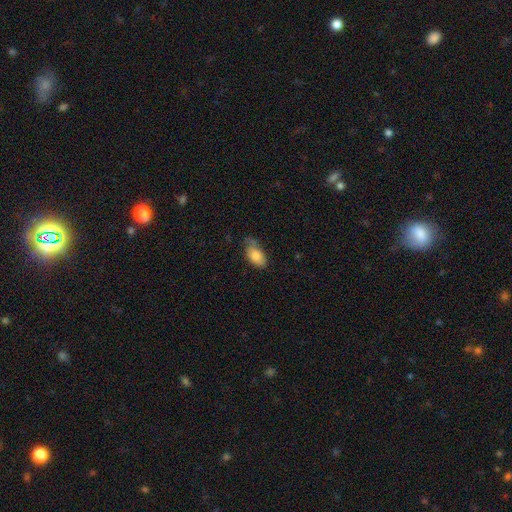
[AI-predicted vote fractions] A smooth galaxy with no disk features (81%) that is in between round and cigar-shaped (93%).

Vote fractions:
- Smooth or featured? smooth: 81% / featured or disk: 12% / star or artifact: 7%
- How rounded? in between: 93% / cigar-shaped: 4% / round: 4%
- Merging? none: 49% / minor disturbance: 36% / major disturbance: 12% / merger: 3%